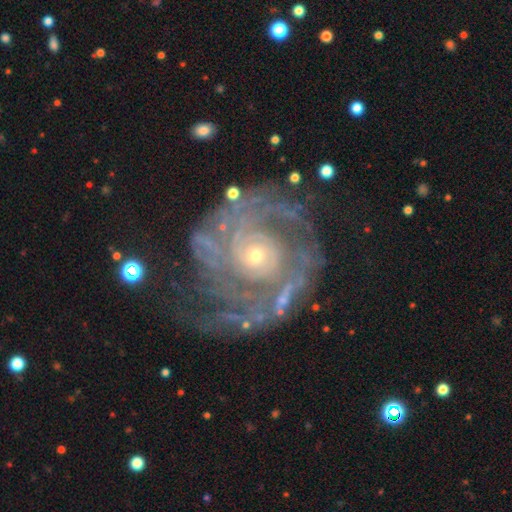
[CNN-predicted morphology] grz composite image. It shows a featured or disk galaxy (87%) with no bar (76%), 2 (42%) tight (60%) spiral arms (95%) and a small central bulge (72%). Merging: none (66%).